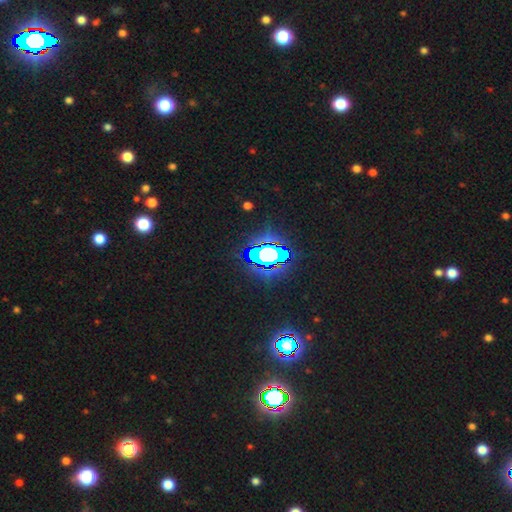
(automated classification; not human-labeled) A star or artifact, not a galaxy (82%).

Vote fractions:
- Smooth or featured? star or artifact: 82% / smooth: 10% / featured or disk: 8%